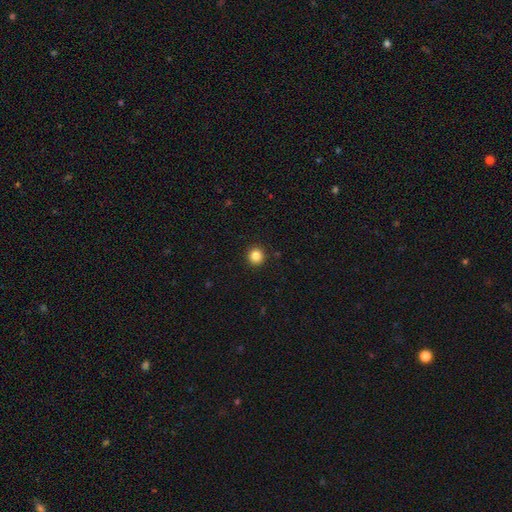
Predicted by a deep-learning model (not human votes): smooth-or-featured: smooth: 85% | star or artifact: 11% | featured or disk: 4%
  how-rounded: round: 93% | in between: 6% | cigar-shaped: 1%
  merging: none: 93% | minor disturbance: 5% | major disturbance: 2% | merger: 1%